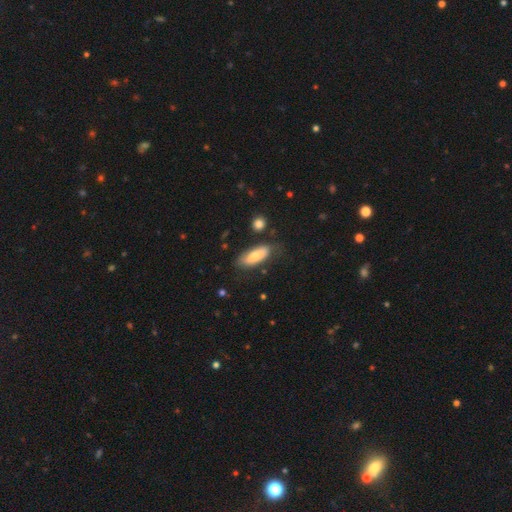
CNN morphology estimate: A smooth galaxy with no disk features (76%) that is in between round and cigar-shaped (68%).

Vote fractions:
- Smooth or featured? smooth: 76% / featured or disk: 18% / star or artifact: 6%
- How rounded? in between: 68% / cigar-shaped: 30% / round: 2%
- Merging? none: 69% / minor disturbance: 21% / major disturbance: 6% / merger: 3%